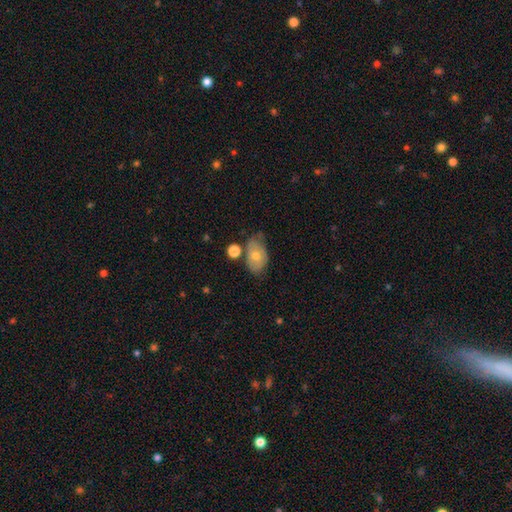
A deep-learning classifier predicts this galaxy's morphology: A smooth galaxy with no disk features (59%) that is in between round and cigar-shaped (84%).

Vote fractions:
- Smooth or featured? smooth: 59% / featured or disk: 32% / star or artifact: 9%
- How rounded? in between: 84% / round: 14% / cigar-shaped: 2%
- Merging? none: 60% / minor disturbance: 24% / merger: 9% / major disturbance: 7%